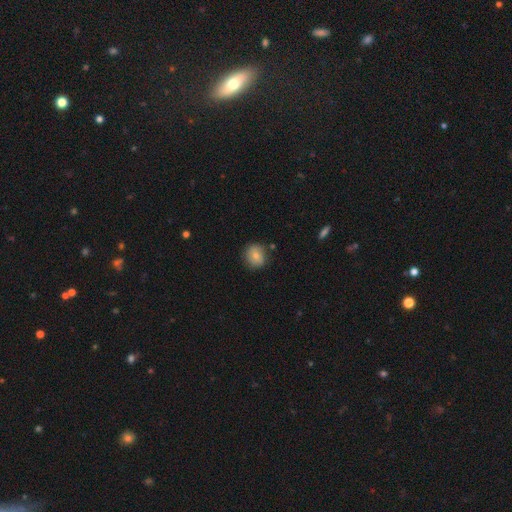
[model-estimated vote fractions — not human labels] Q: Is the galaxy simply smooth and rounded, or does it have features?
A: smooth — 77%.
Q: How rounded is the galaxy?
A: round — 85%.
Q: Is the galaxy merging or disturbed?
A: none — 80%.